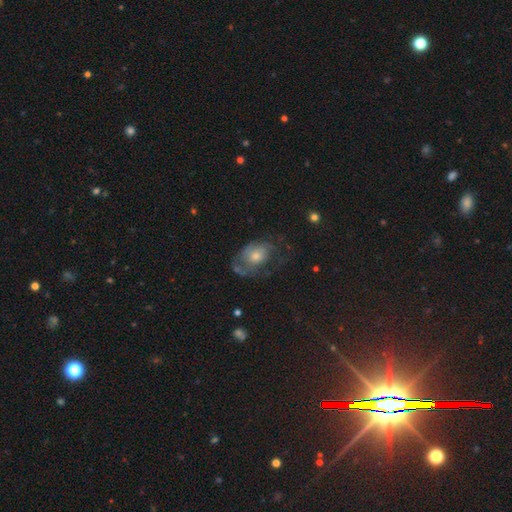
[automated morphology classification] smooth_or_featured: featured or disk (p=0.55) [alt: smooth p=0.32]
disk_edge_on: no (p=0.95) [alt: yes p=0.05]
bar: no (p=0.82) [alt: weak p=0.15]
has_spiral_arms: yes (p=0.65) [alt: no p=0.35]
bulge_size: moderate (p=0.56) [alt: small p=0.31]
merging: none (p=0.47) [alt: major disturbance p=0.27]